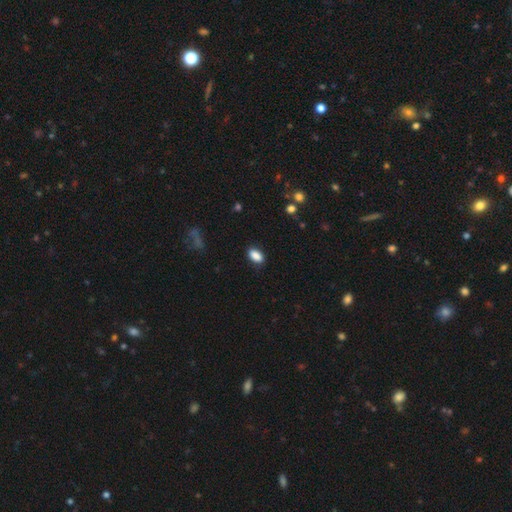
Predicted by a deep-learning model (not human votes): smooth-or-featured: smooth: 88% | star or artifact: 8% | featured or disk: 4%
  how-rounded: in between: 90% | round: 6% | cigar-shaped: 4%
  merging: none: 86% | minor disturbance: 11% | major disturbance: 2% | merger: 1%